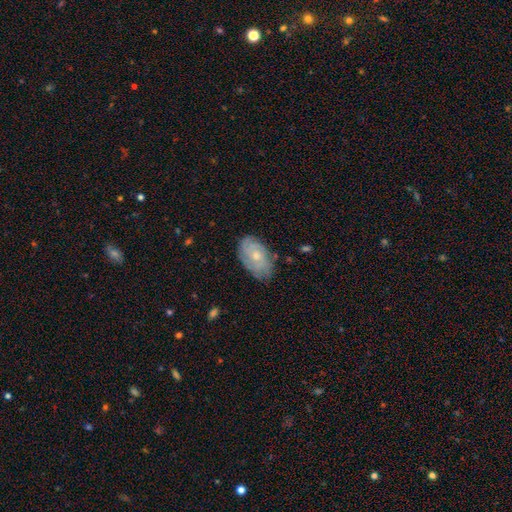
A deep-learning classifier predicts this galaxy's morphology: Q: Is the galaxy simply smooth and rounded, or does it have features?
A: featured or disk — 57%.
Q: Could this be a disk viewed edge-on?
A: no — 95%.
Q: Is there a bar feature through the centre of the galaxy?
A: no — 82%.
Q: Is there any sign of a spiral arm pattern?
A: yes — 78%.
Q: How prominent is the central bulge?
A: small — 56%.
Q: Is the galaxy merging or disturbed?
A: none — 74%.